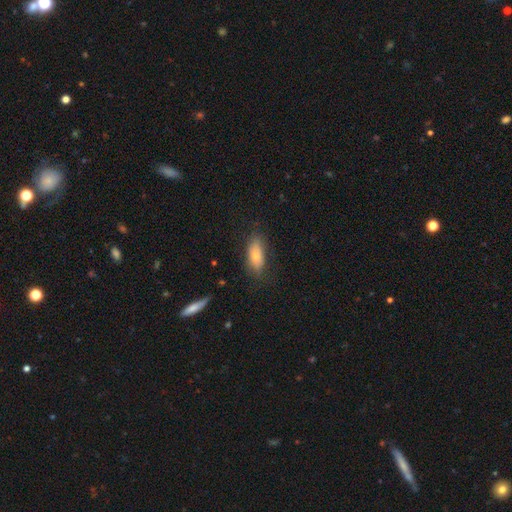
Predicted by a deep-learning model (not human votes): smooth-or-featured: smooth: 70% | featured or disk: 22% | star or artifact: 8%
  how-rounded: in between: 77% | cigar-shaped: 19% | round: 3%
  merging: none: 76% | minor disturbance: 18% | major disturbance: 4% | merger: 2%